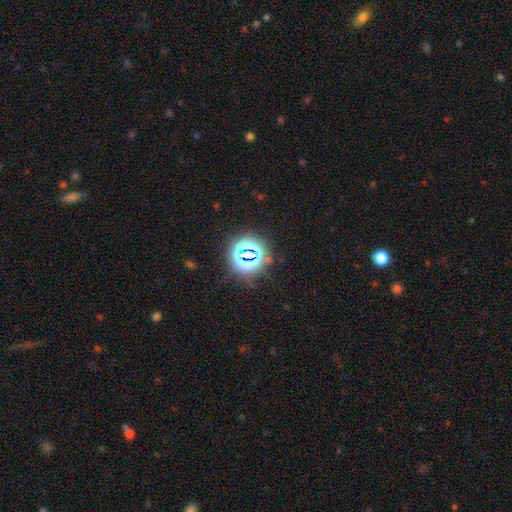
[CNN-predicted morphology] Q: Smooth or featured?
A: star or artifact (75%); runner-up: smooth (16%)